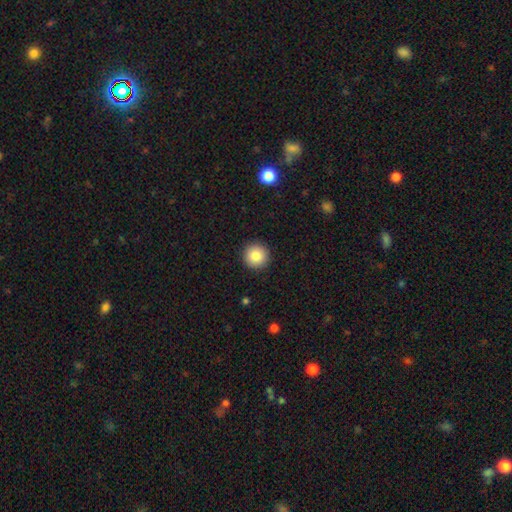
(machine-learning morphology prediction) This is clearly a smooth galaxy (83%). How rounded: clearly round (96%). Merging: clearly none (93%).